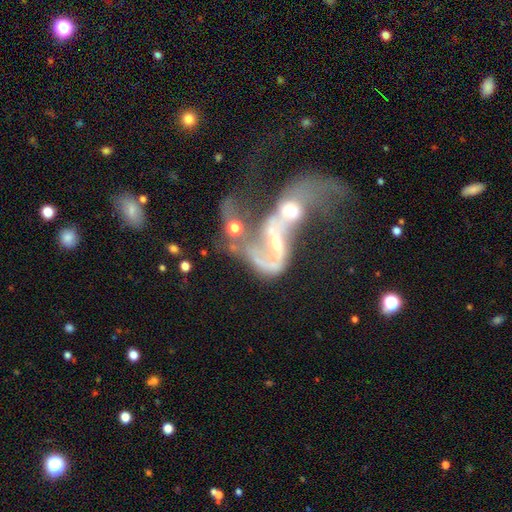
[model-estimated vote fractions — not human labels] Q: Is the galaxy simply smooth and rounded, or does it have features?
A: featured or disk — 80%.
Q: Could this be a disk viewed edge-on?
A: no — 95%.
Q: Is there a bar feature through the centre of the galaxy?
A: no — 53%.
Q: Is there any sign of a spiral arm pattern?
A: yes — 77%.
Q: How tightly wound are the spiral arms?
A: loose — 71%.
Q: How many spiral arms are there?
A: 2 — 54%.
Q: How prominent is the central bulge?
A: moderate — 44%.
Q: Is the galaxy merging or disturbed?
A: merger — 76%.